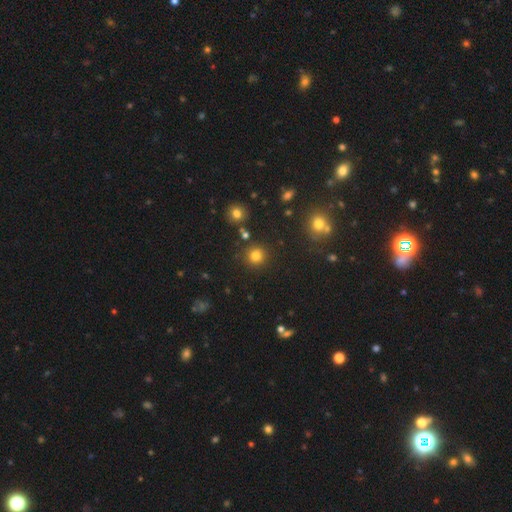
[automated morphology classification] smooth_or_featured: smooth (p=0.80) [alt: star or artifact p=0.15]
how_rounded: round (p=0.92) [alt: in between p=0.07]
merging: none (p=0.87) [alt: minor disturbance p=0.07]